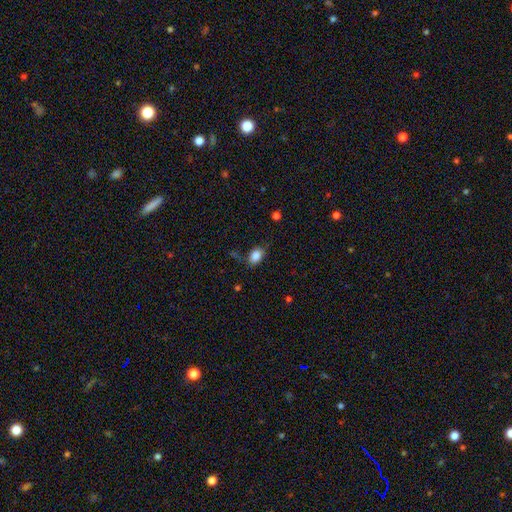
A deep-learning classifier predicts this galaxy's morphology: The model was most divided on "merging": none: 72%, minor disturbance: 19%, major disturbance: 6%, merger: 3%. More confident: smooth or featured — smooth (86%); how rounded — in between (82%).